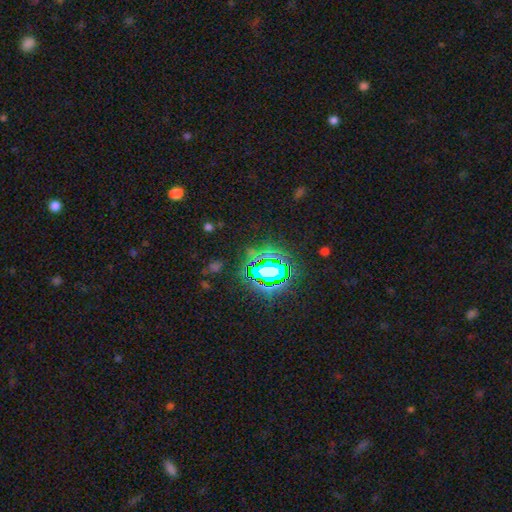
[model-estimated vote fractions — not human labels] Morphology: type=star or artifact (81%).